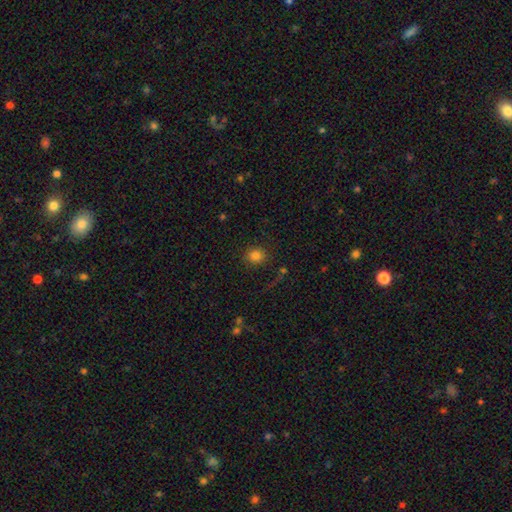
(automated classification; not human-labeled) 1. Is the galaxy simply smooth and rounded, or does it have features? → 82% smooth, 13% star or artifact, 6% featured or disk.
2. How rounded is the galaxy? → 80% round, 19% in between, 1% cigar-shaped.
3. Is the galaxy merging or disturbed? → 82% none, 9% minor disturbance, 6% major disturbance, 4% merger.